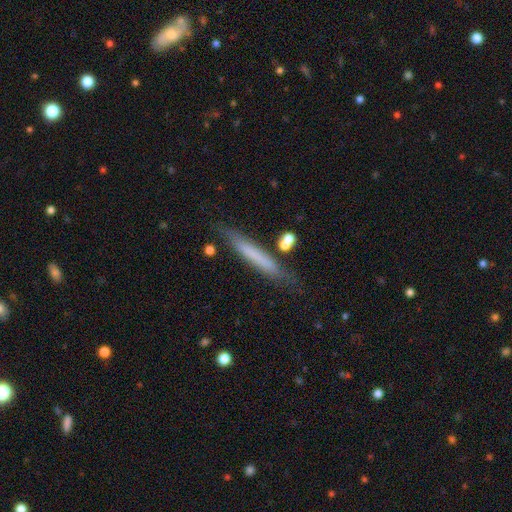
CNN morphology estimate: This appears to be a smooth galaxy with no disk features (61%) that is cigar-shaped (94%). Merging: none (78%).